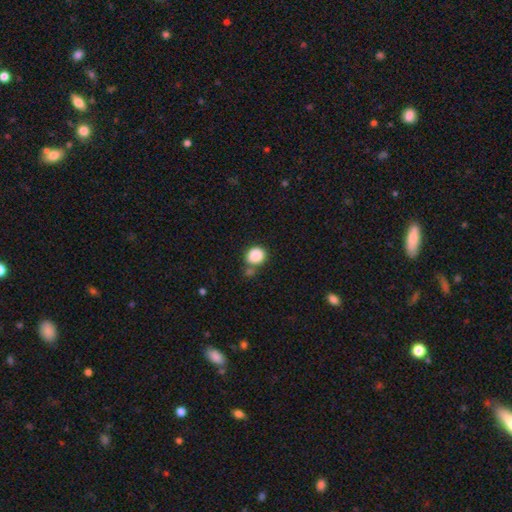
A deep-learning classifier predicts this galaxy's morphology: type=smooth (87%); roundness=round (75%); merging=none (64%).